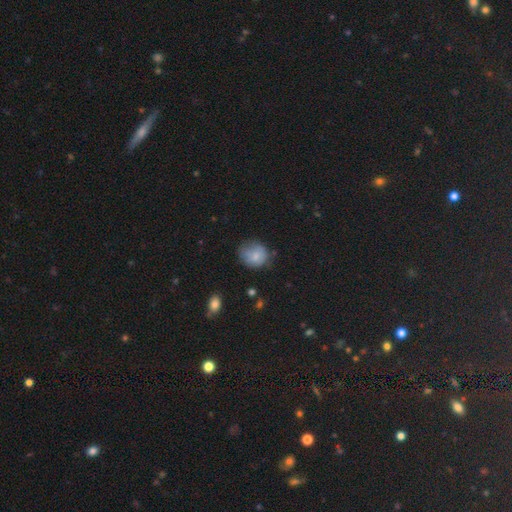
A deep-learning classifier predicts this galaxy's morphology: smooth_or_featured: smooth (p=0.75) [alt: featured or disk p=0.16]
how_rounded: round (p=0.70) [alt: in between p=0.29]
merging: none (p=0.54) [alt: minor disturbance p=0.31]